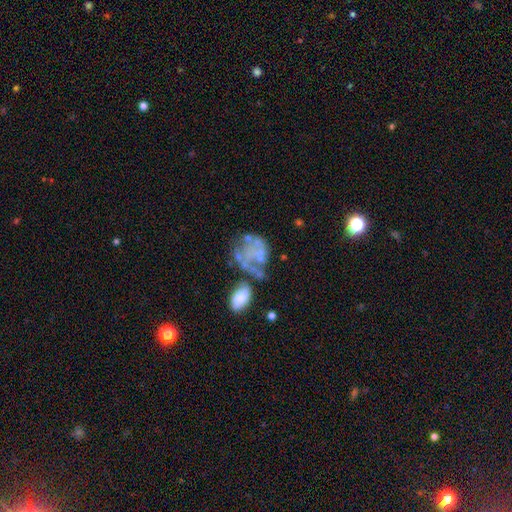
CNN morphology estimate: This appears to be a featured or disk galaxy (55%) with no bar (91%), no spiral arms (79%) and no central bulge (80%). Merging: major disturbance (34%).